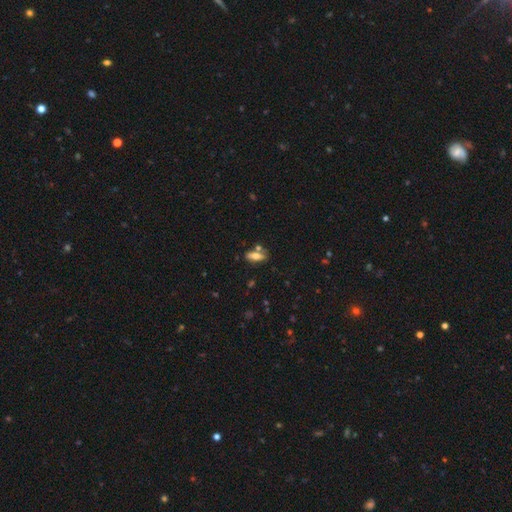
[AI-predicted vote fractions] A smooth galaxy with no disk features (66%) that is in between round and cigar-shaped (76%). Merging: none (67%).